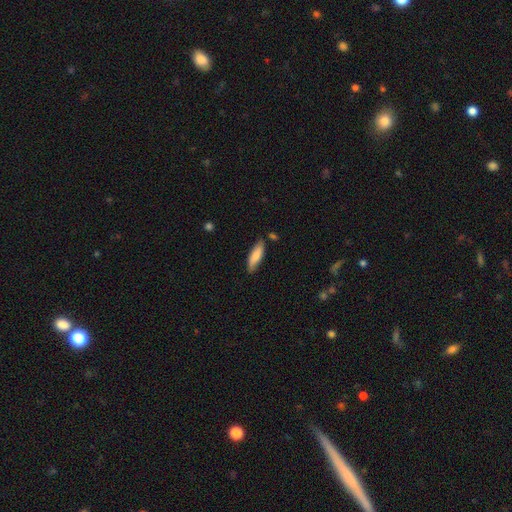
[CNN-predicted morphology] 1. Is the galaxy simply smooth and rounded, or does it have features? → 79% smooth, 16% featured or disk, 6% star or artifact.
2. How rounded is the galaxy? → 54% cigar-shaped, 44% in between, 2% round.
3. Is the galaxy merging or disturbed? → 78% none, 16% minor disturbance, 3% merger, 3% major disturbance.